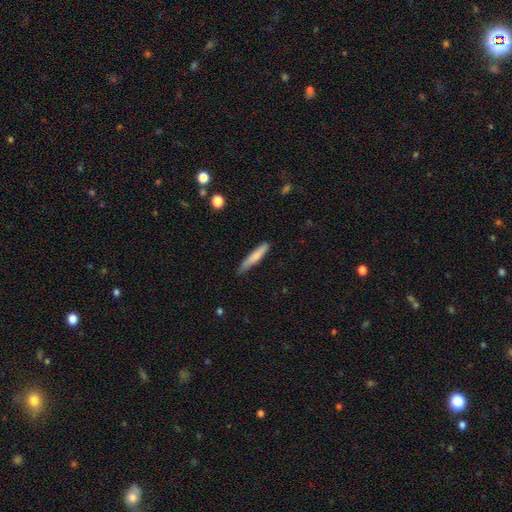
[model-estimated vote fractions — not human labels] The model was most divided on "merging": none: 69%, minor disturbance: 26%, major disturbance: 4%, merger: 2%. More confident: how rounded — cigar-shaped (91%); smooth or featured — smooth (73%).